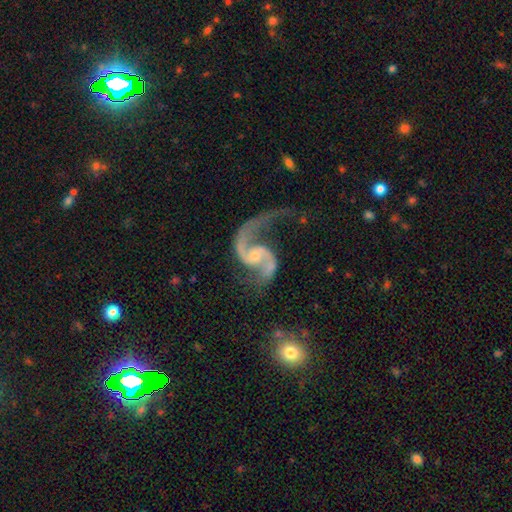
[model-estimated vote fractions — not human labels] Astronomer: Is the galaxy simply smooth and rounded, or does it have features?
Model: featured or disk — 93%.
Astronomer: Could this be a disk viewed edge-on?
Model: no — 98%.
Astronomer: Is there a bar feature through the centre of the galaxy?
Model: no — 51% (runner-up: weak, 38%).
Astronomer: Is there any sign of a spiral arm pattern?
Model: yes — 98%.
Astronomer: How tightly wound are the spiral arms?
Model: loose — 65%.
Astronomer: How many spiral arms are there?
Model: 2 — 91%.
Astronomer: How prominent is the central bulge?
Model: small — 61%.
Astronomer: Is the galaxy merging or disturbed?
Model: none — 53%.